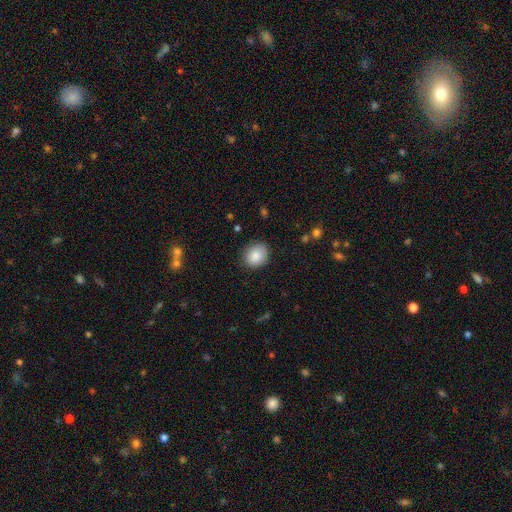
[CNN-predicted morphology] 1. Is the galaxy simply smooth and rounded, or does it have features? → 87% smooth, 8% star or artifact, 6% featured or disk.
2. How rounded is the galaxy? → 61% round, 38% in between, 1% cigar-shaped.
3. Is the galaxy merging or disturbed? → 85% none, 11% minor disturbance, 3% major disturbance, 1% merger.